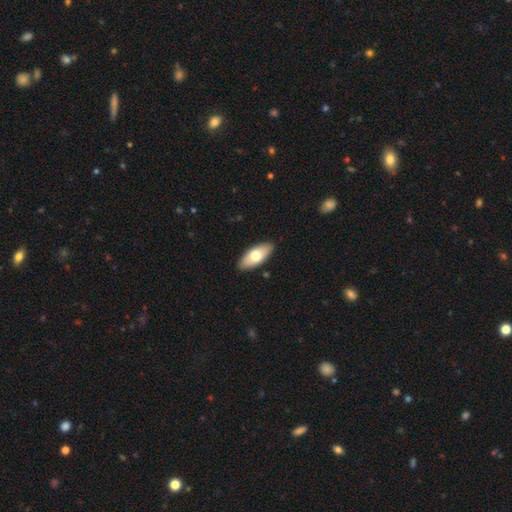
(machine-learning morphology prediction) This appears to be a smooth galaxy with no disk features (69%) that is in between round and cigar-shaped (86%). Merging: none (89%).